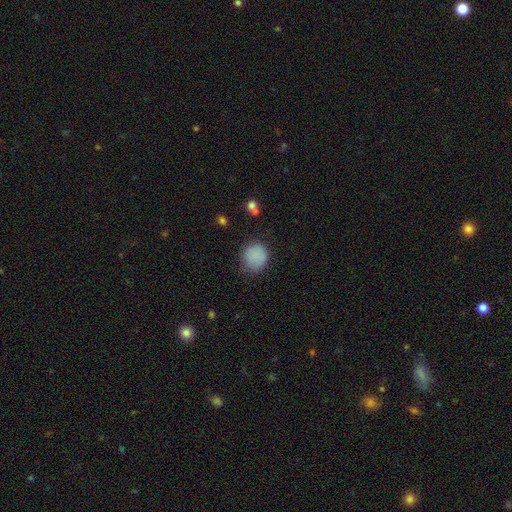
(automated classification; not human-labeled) A smooth galaxy with no disk features (84%) that is round (83%). Merging: none (69%).